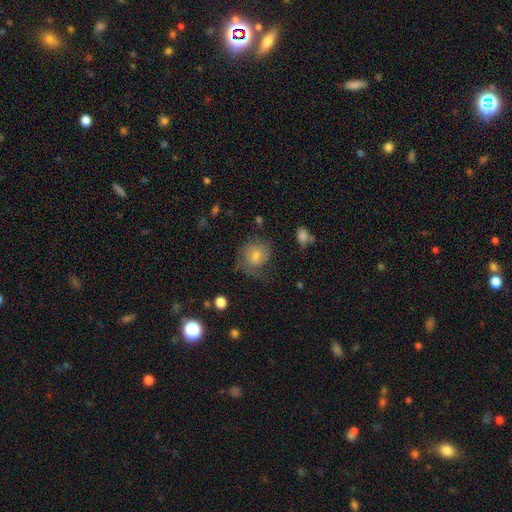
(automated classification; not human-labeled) Smooth or featured? Predicted: featured or disk (p=0.50). Merging? Predicted: none (p=0.59).